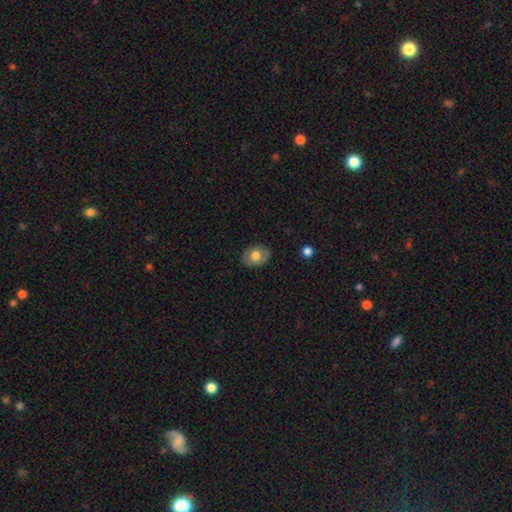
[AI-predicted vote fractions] Q: Smooth or featured?
A: smooth (69%); runner-up: featured or disk (23%)
Q: How rounded?
A: in between (62%); runner-up: round (38%)
Q: Merging?
A: none (84%); runner-up: minor disturbance (12%)